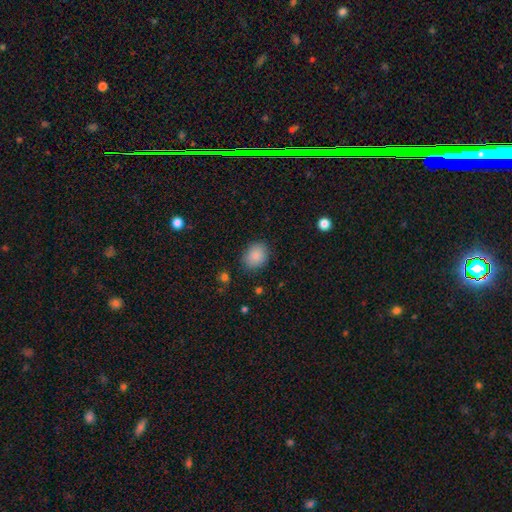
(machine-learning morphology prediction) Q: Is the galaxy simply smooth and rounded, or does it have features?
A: smooth — 87%.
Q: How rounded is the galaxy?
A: round — 59%.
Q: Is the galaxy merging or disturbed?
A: none — 85%.